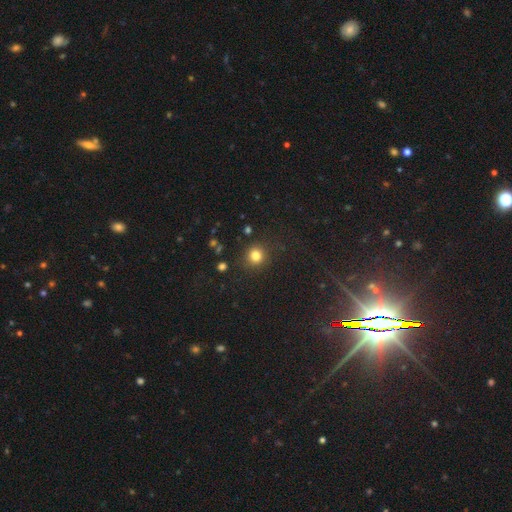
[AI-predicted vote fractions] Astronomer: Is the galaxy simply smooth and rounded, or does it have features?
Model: smooth — 81%.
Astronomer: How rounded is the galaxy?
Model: round — 90%.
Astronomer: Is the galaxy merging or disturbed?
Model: none — 88%.